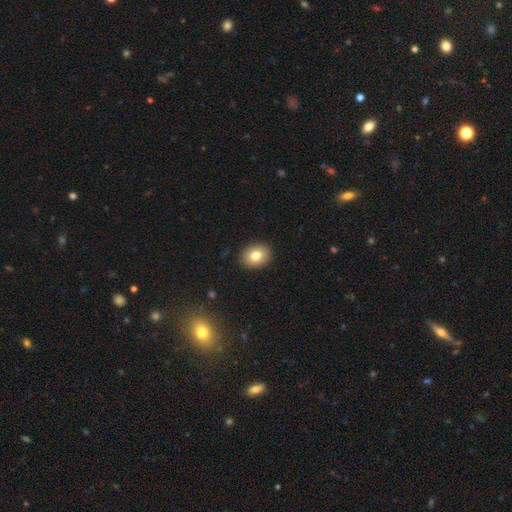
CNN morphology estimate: Overall: smooth (80%). How rounded: in between (52%; round 47%). Merging: none (90%).